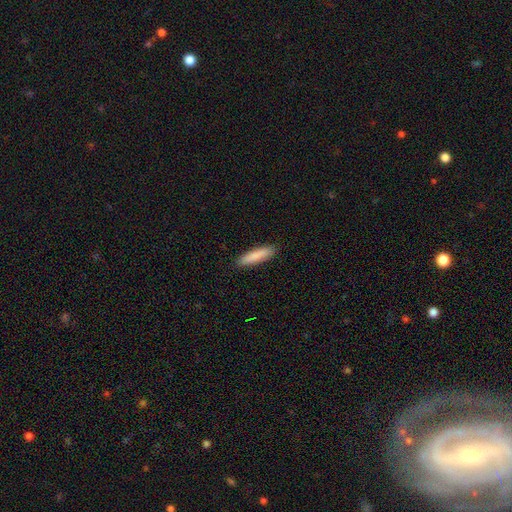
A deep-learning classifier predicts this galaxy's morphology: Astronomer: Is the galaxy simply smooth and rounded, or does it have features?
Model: smooth — 86%.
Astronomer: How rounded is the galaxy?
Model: cigar-shaped — 81%.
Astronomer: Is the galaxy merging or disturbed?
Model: none — 91%.